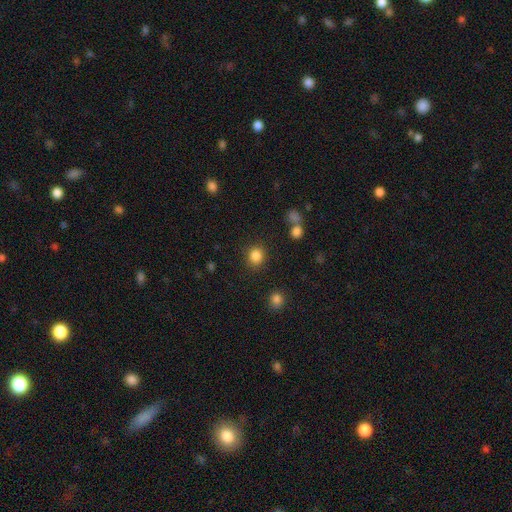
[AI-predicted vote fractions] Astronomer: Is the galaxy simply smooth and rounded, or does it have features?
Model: smooth — 85%.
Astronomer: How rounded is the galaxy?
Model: round — 84%.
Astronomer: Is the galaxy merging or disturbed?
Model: none — 87%.